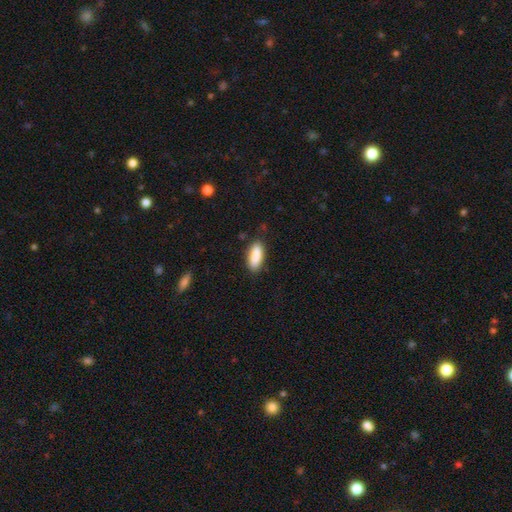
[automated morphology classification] type=smooth (88%); roundness=in between (79%); merging=none (83%).